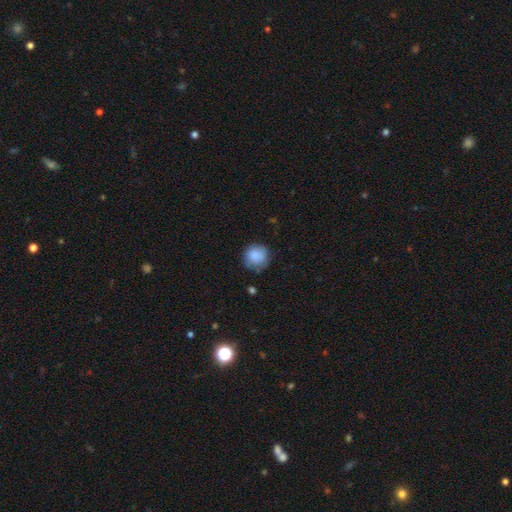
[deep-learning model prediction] Overall: smooth (86%). How rounded: round (90%). Merging: none (73%).